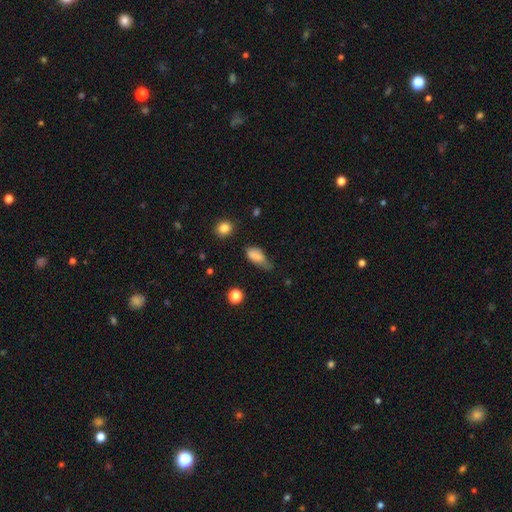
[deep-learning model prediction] Q: Smooth or featured?
A: smooth (79%); runner-up: featured or disk (11%)
Q: How rounded?
A: in between (84%); runner-up: cigar-shaped (9%)
Q: Merging?
A: minor disturbance (46%); runner-up: none (30%)